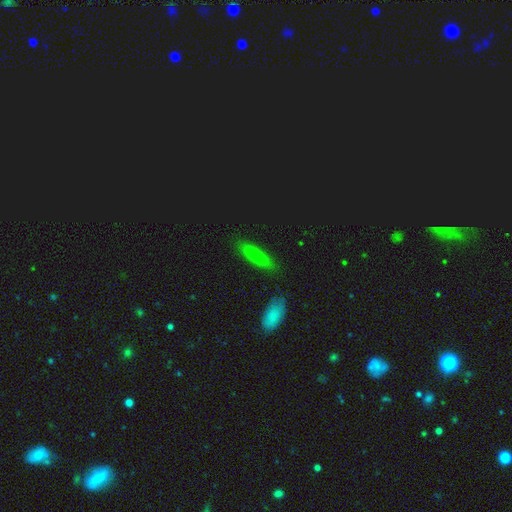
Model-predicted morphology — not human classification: smooth_or_featured: smooth (p=0.76) [alt: featured or disk p=0.12]
how_rounded: cigar-shaped (p=0.72) [alt: in between p=0.25]
merging: none (p=0.84) [alt: minor disturbance p=0.11]